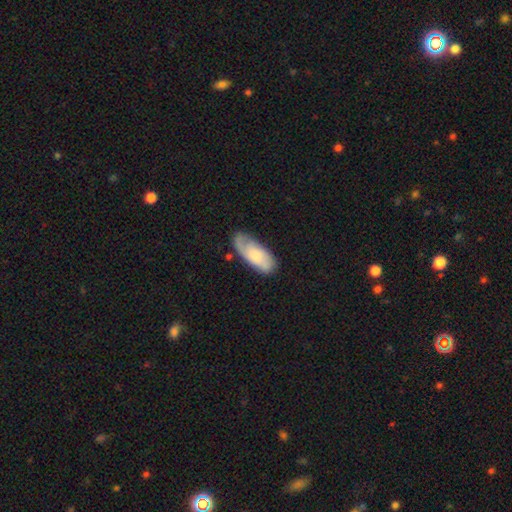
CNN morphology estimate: Q: Smooth or featured?
A: smooth (48%); runner-up: featured or disk (46%)
Q: Merging?
A: none (65%); runner-up: minor disturbance (24%)